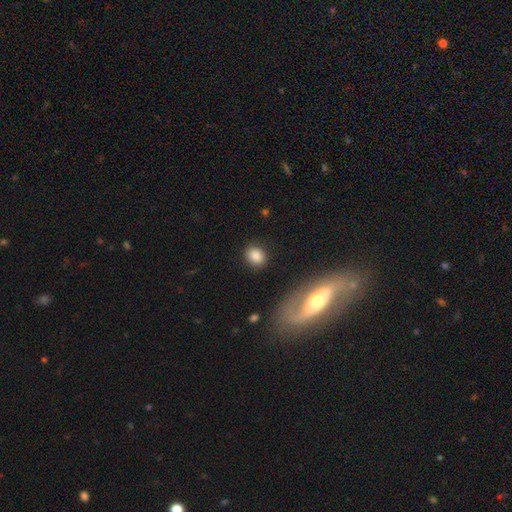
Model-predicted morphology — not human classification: Smooth or featured? smooth (85%)
How rounded? round (57%)
Merging? none (86%)